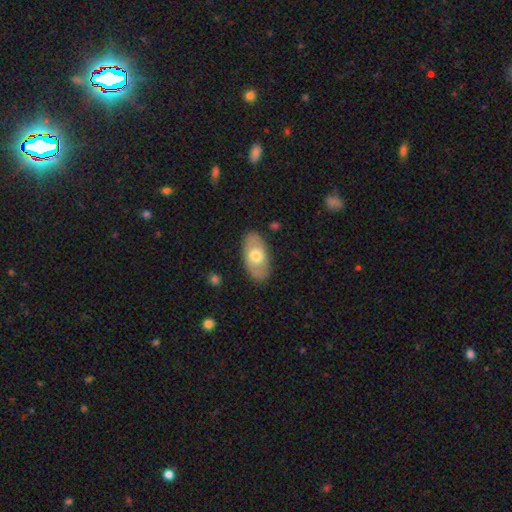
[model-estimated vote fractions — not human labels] smooth 54%, featured or disk 40%, star or artifact 5%. Down the decision tree: how rounded — in between (93%); merging — none (84%).